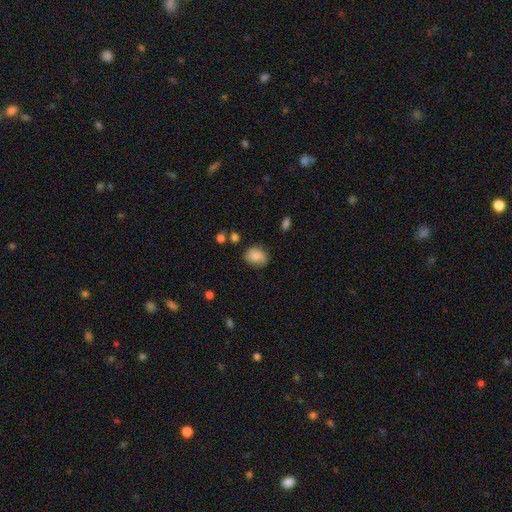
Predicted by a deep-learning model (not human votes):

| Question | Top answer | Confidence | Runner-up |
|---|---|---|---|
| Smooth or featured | smooth | 75% | featured or disk (15%) |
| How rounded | in between | 53% | round (46%) |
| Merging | none | 65% | minor disturbance (26%) |